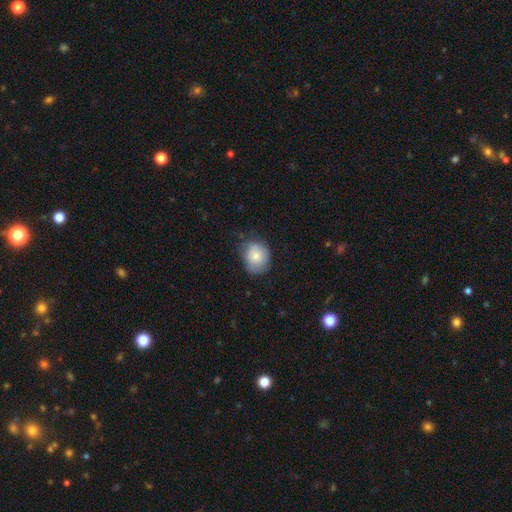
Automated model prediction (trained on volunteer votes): smooth_or_featured: smooth (p=0.79) [alt: featured or disk p=0.14]
how_rounded: round (p=0.62) [alt: in between p=0.37]
merging: none (p=0.61) [alt: minor disturbance p=0.30]